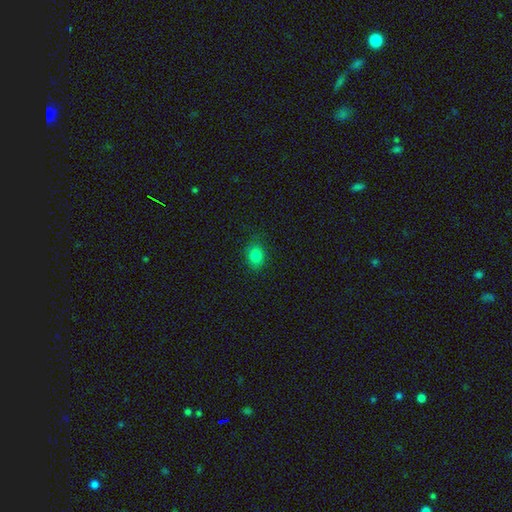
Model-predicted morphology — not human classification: Smooth or featured?
  - smooth: 82% *
  - star or artifact: 12%
  - featured or disk: 5%
How rounded?
  - in between: 53% *
  - round: 46%
  - cigar-shaped: 1%
Merging?
  - none: 85% *
  - minor disturbance: 11%
  - major disturbance: 3%
  - merger: 1%